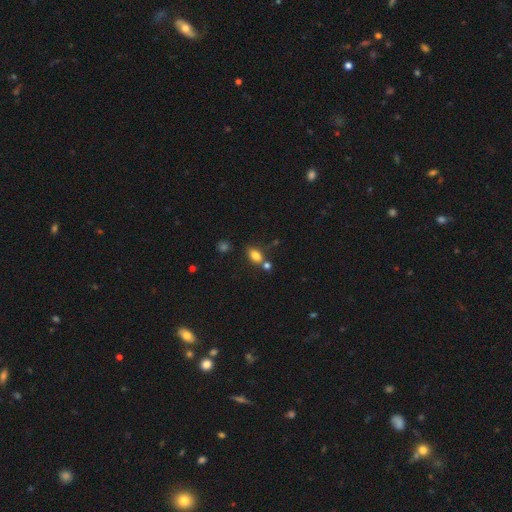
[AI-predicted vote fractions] smooth_or_featured: smooth (p=0.81) [alt: star or artifact p=0.12]
how_rounded: in between (p=0.80) [alt: round p=0.17]
merging: none (p=0.61) [alt: merger p=0.20]